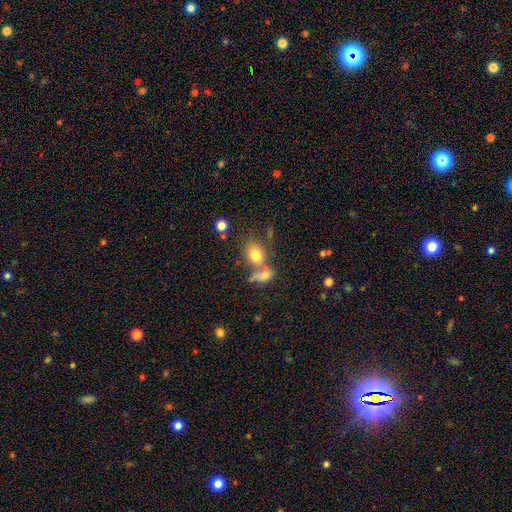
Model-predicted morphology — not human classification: Smooth or featured? Predicted: smooth (p=0.76). How rounded? Predicted: round (p=0.51). Merging? Predicted: none (p=0.45).